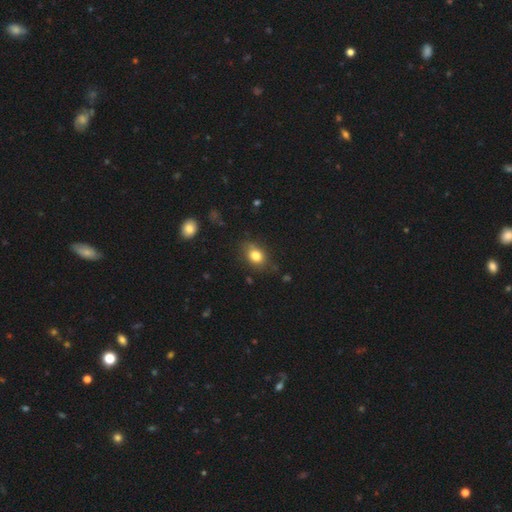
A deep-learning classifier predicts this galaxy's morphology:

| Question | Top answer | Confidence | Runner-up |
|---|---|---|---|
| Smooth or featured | smooth | 80% | star or artifact (10%) |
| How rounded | in between | 65% | round (33%) |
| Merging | none | 76% | minor disturbance (19%) |